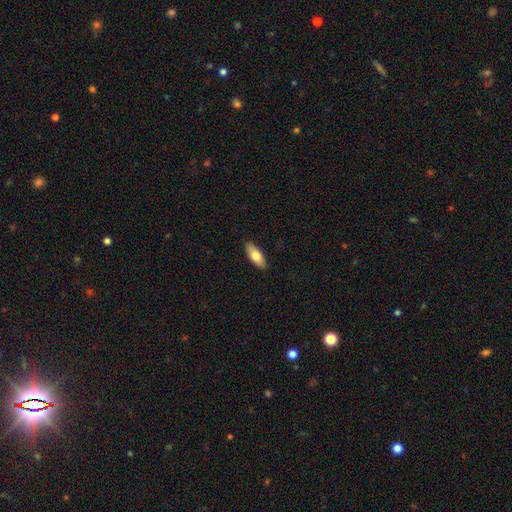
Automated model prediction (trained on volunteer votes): A smooth galaxy with no disk features (74%) that is in between round and cigar-shaped (76%).

Vote fractions:
- Smooth or featured? smooth: 74% / featured or disk: 20% / star or artifact: 6%
- How rounded? in between: 76% / cigar-shaped: 22% / round: 2%
- Merging? none: 89% / minor disturbance: 8% / major disturbance: 2% / merger: 1%